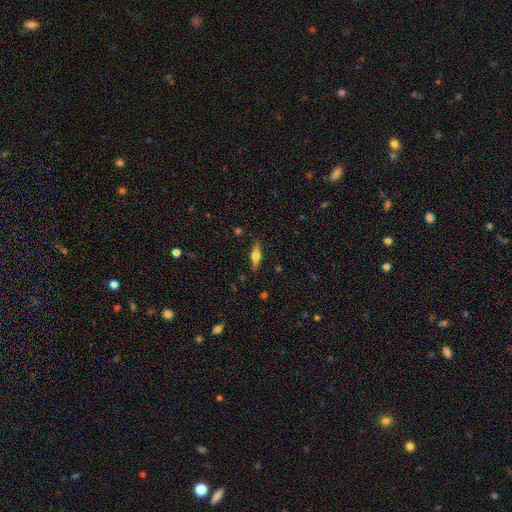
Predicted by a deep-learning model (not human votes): Smooth or featured: featured or disk — 50% (smooth — 43%)
Edge-on disk: yes — 94% (no — 6%)
Merging: none — 87% (minor disturbance — 10%)